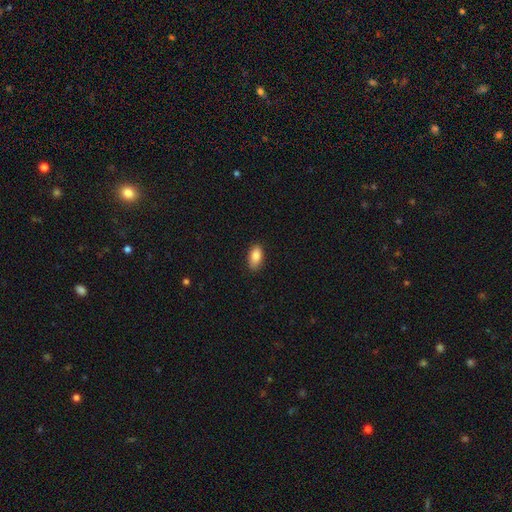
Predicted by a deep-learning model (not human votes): A smooth galaxy with no disk features (86%) that is in between round and cigar-shaped (92%). Merging: none (85%).